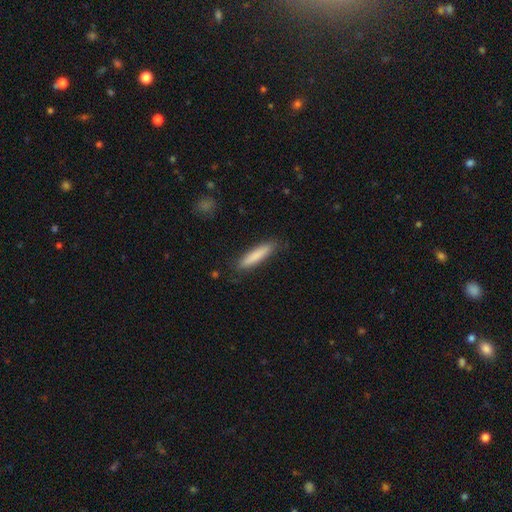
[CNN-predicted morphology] This is clearly a smooth galaxy (82%). How rounded: clearly cigar-shaped (87%). Merging: clearly none (86%).